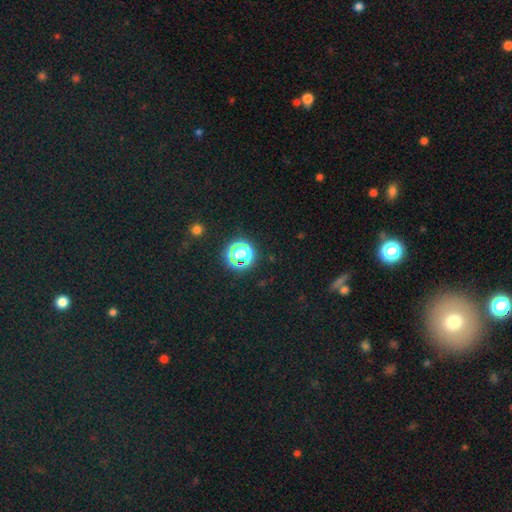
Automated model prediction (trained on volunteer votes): Morphology: type=star or artifact (59%).